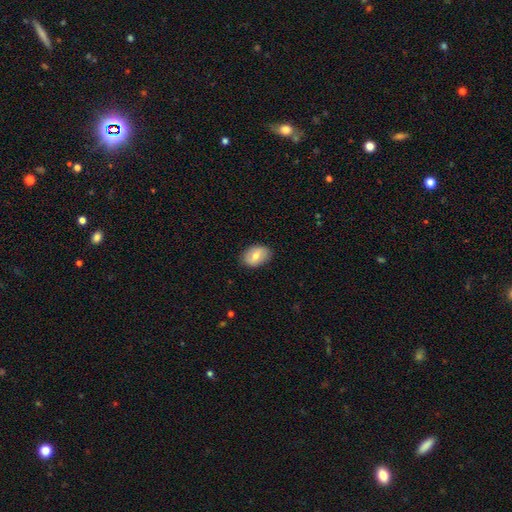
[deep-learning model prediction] smooth 66%, featured or disk 28%, star or artifact 7%. Down the decision tree: how rounded — in between (85%); merging — none (85%).